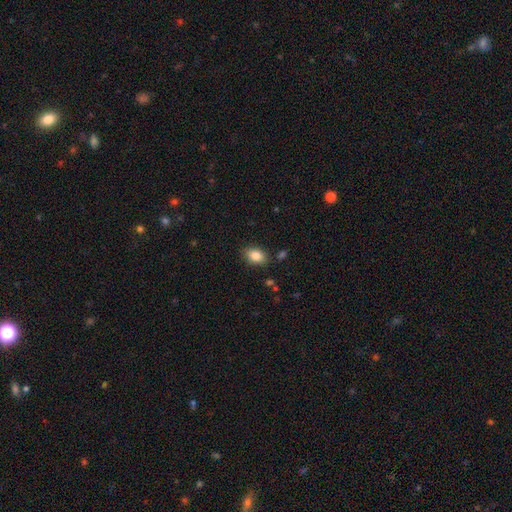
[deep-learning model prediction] Smooth or featured? smooth (84%)
How rounded? in between (78%)
Merging? none (83%)